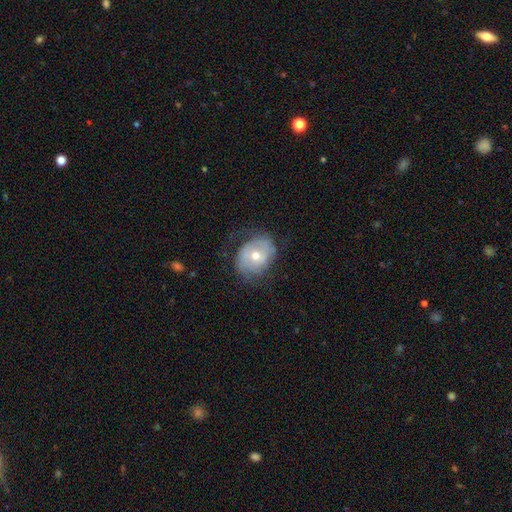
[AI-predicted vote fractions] Smooth or featured: featured or disk — 55% (smooth — 38%)
Edge-on disk: no — 95% (yes — 5%)
Bar: no — 74% (weak — 21%)
Spiral arms: yes — 64% (no — 36%)
Bulge size: moderate — 64% (small — 31%)
Merging: none — 58% (minor disturbance — 25%)